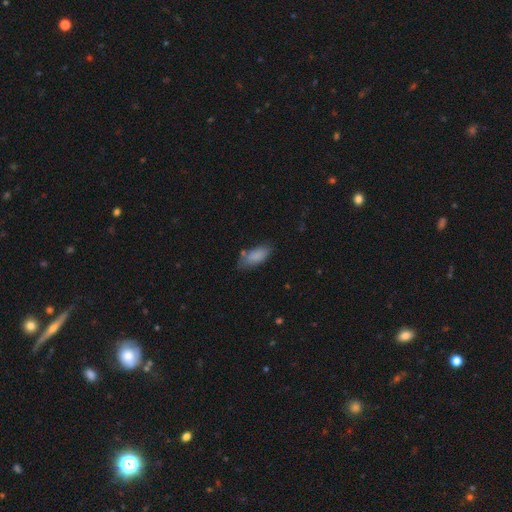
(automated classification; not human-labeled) A smooth galaxy with no disk features (83%) that is in between round and cigar-shaped (87%). Merging: none (60%).